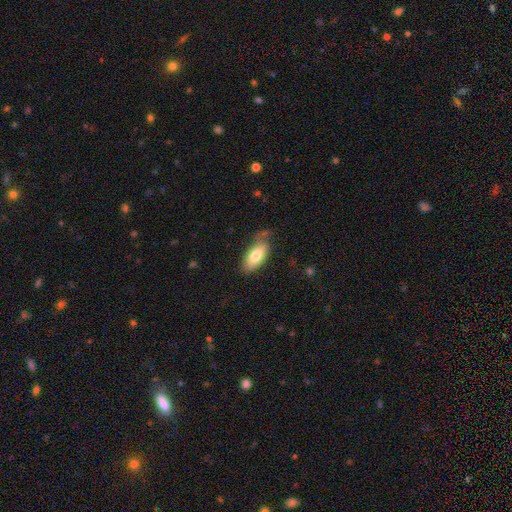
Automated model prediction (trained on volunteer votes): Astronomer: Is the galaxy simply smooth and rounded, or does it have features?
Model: smooth — 78%.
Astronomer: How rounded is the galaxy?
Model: in between — 87%.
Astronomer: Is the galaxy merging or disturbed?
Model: none — 61%.